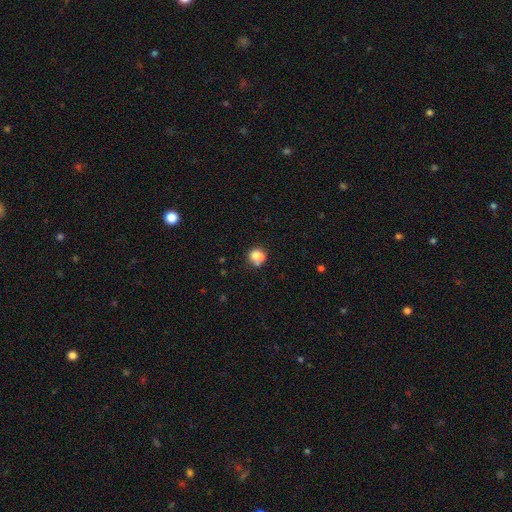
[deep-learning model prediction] smooth 71%, featured or disk 18%, star or artifact 11%. Down the decision tree: how rounded — round (69%); merging — merger (41%).